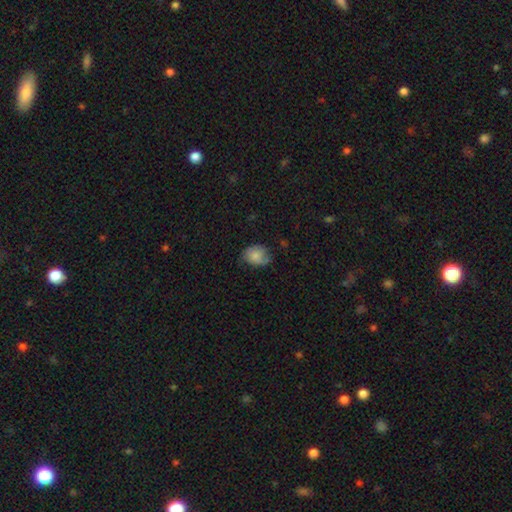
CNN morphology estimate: Smooth or featured: smooth — 72% (featured or disk — 20%)
How rounded: in between — 54% (round — 45%)
Merging: none — 55% (minor disturbance — 32%)